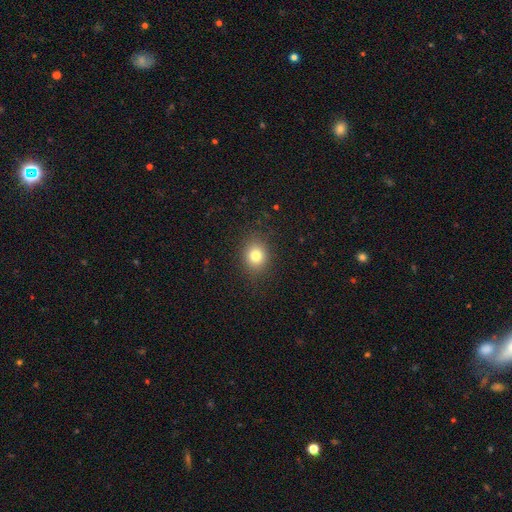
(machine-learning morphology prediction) smooth 79%, star or artifact 13%, featured or disk 8%. Down the decision tree: how rounded — round (70%); merging — none (88%).